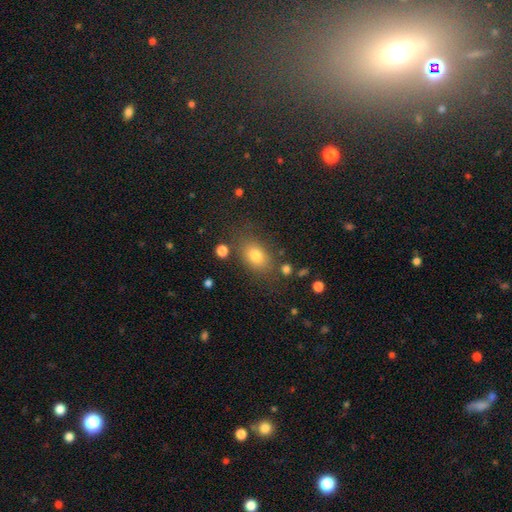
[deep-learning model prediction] A smooth galaxy with no disk features (76%) that is in between round and cigar-shaped (74%). Merging: none (76%).